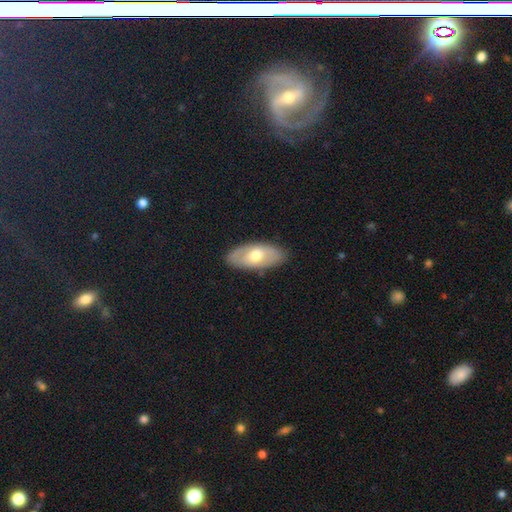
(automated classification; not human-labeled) Smooth or featured? smooth (55%)
How rounded? in between (90%)
Merging? none (86%)